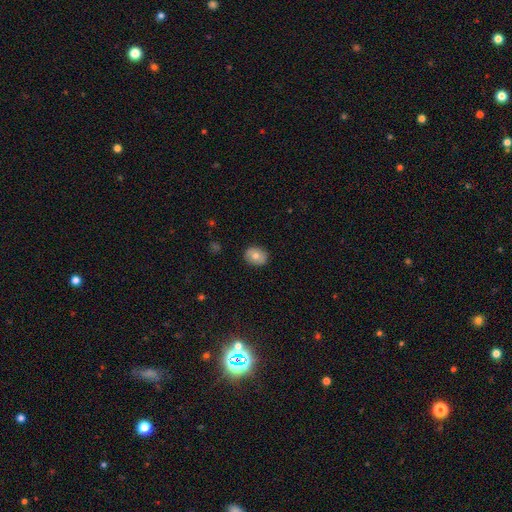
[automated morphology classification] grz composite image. It shows a smooth galaxy with no disk features (75%) that is round (53%). Merging: none (87%).